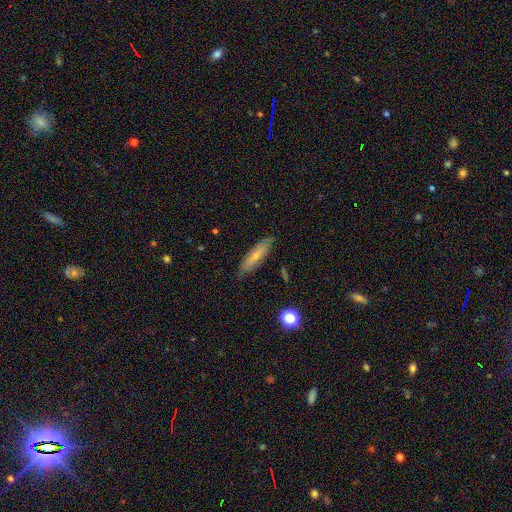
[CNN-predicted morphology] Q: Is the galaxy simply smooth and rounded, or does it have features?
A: smooth — 61%.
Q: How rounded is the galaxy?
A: cigar-shaped — 63%.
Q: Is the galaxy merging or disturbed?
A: none — 80%.